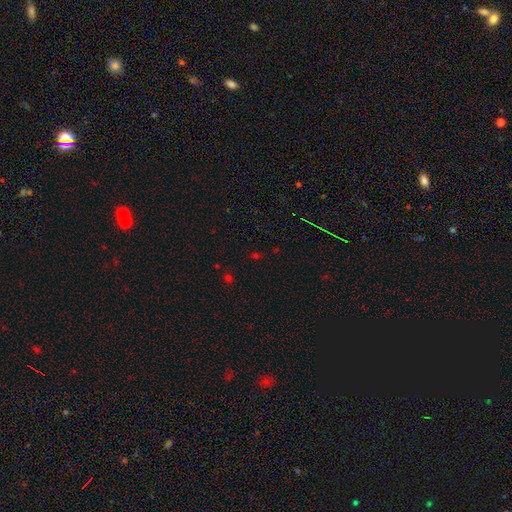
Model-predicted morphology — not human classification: Q: Smooth or featured?
A: star or artifact (57%); runner-up: smooth (35%)